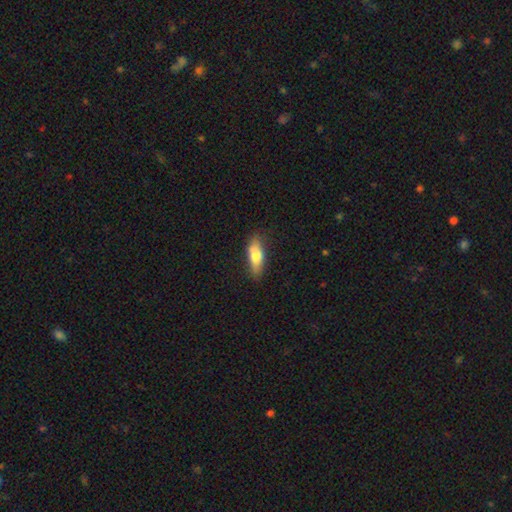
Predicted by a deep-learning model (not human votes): Smooth or featured? Predicted: smooth (p=0.74). How rounded? Predicted: in between (p=0.63). Merging? Predicted: none (p=0.76).